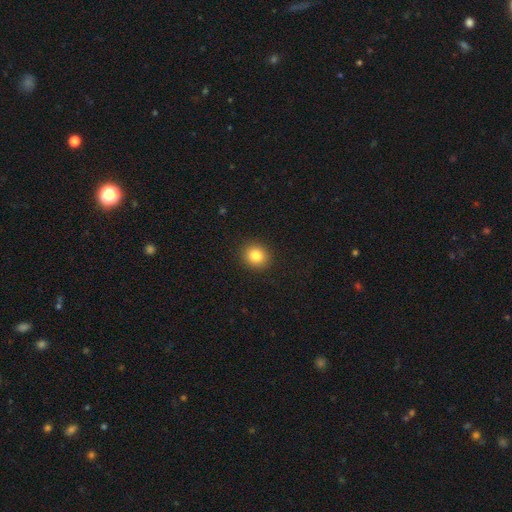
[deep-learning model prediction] smooth_or_featured: smooth (p=0.84) [alt: star or artifact p=0.10]
how_rounded: round (p=0.77) [alt: in between p=0.22]
merging: none (p=0.91) [alt: minor disturbance p=0.06]